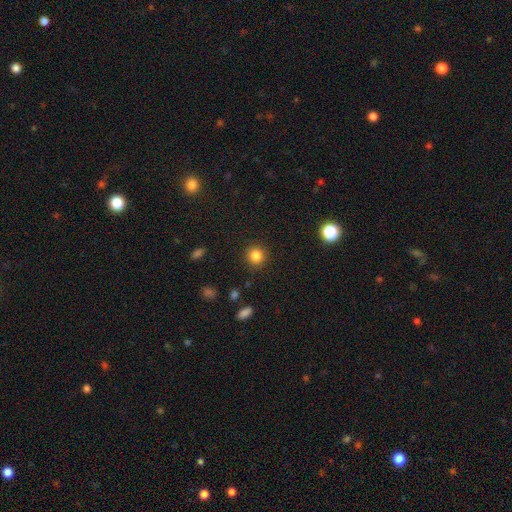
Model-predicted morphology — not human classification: Overall: smooth (84%). How rounded: round (92%). Merging: none (91%).